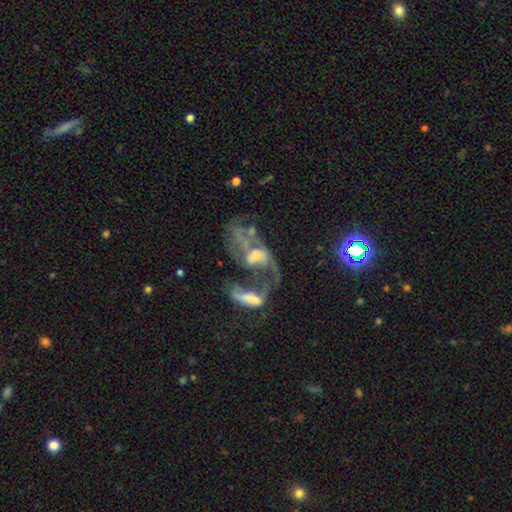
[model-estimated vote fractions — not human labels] The model was most divided on "bulge size": moderate: 35%, small: 28%, none: 24%, large: 10%, dominant: 2%. More confident: edge-on disk — no (95%); smooth or featured — featured or disk (69%); bar — no (62%); spiral arms — yes (59%); merging — merger (51%).